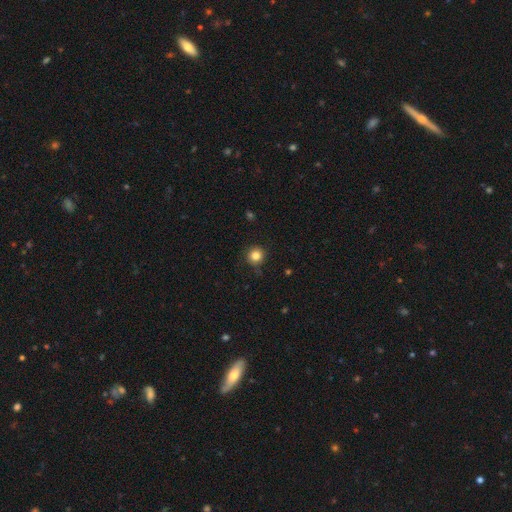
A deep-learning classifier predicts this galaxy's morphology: Q: Smooth or featured?
A: smooth (83%); runner-up: star or artifact (12%)
Q: How rounded?
A: round (94%); runner-up: in between (5%)
Q: Merging?
A: none (86%); runner-up: minor disturbance (11%)